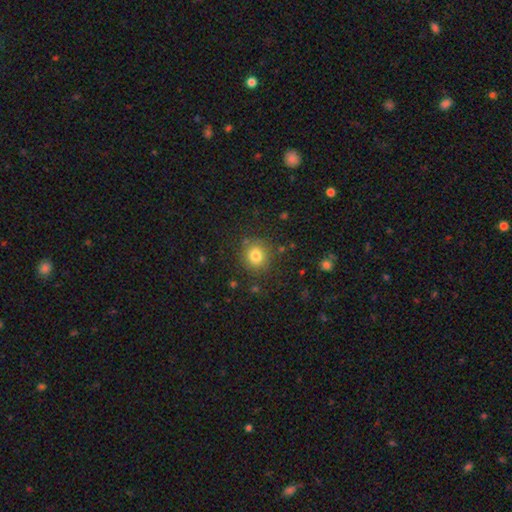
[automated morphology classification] Smooth or featured: smooth — 80% (star or artifact — 12%)
How rounded: round — 89% (in between — 10%)
Merging: none — 86% (minor disturbance — 9%)